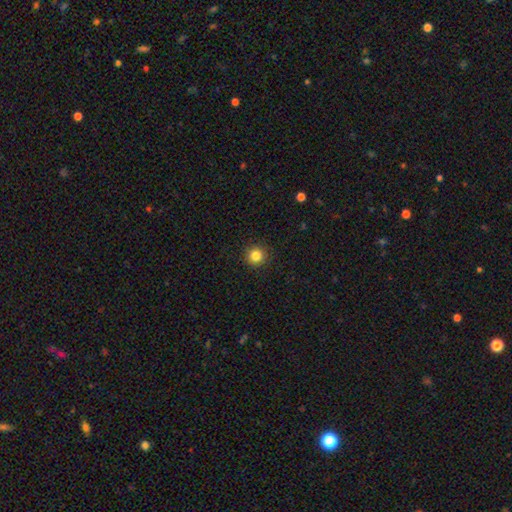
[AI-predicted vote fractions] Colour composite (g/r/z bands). It shows a smooth galaxy with no disk features (84%) that is round (95%). Merging: none (92%).